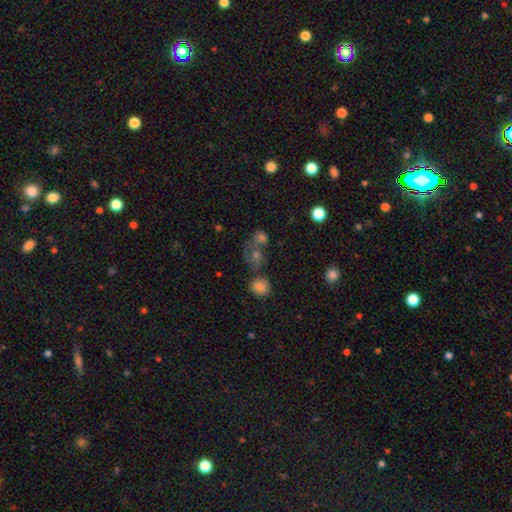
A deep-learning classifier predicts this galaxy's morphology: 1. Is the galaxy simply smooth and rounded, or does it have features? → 50% smooth, 29% star or artifact, 20% featured or disk.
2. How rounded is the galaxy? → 71% round, 27% in between, 2% cigar-shaped.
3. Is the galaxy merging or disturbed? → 43% none, 35% merger, 11% minor disturbance, 11% major disturbance.